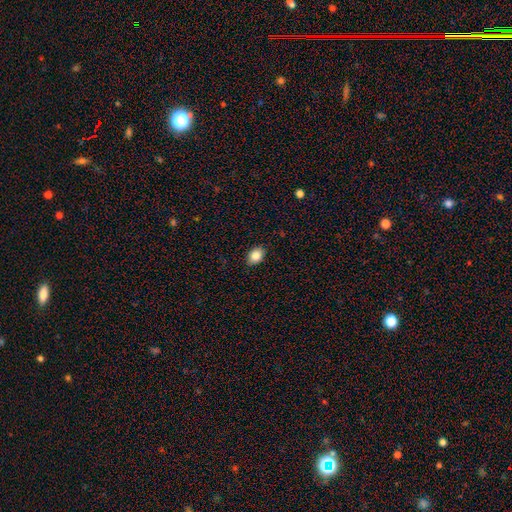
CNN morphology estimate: This is clearly a smooth galaxy (85%). How rounded: likely in between (71%). Merging: clearly none (88%).